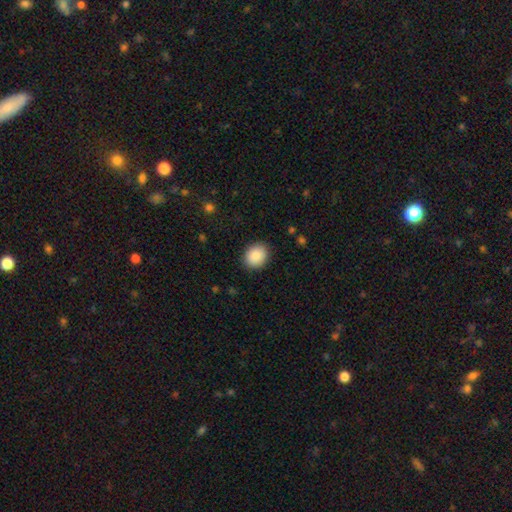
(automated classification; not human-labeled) Smooth or featured? smooth (88%)
How rounded? round (56%)
Merging? none (89%)